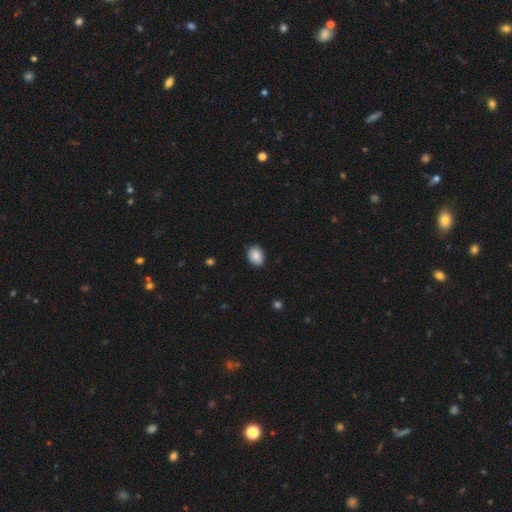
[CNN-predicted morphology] smooth 89%, star or artifact 7%, featured or disk 4%. Down the decision tree: how rounded — in between (69%); merging — none (86%).